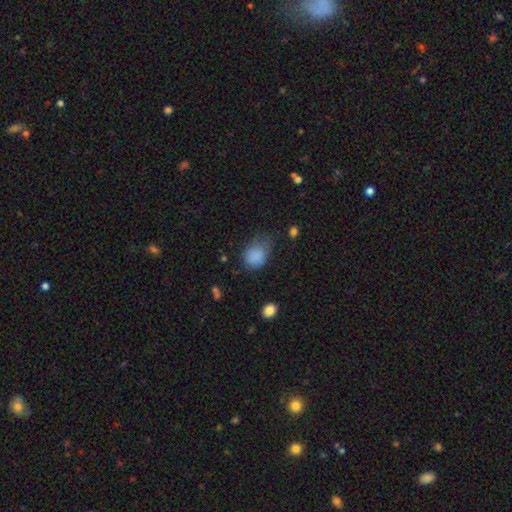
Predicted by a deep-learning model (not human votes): A smooth galaxy with no disk features (83%) that is in between round and cigar-shaped (51%). Merging: none (45%).